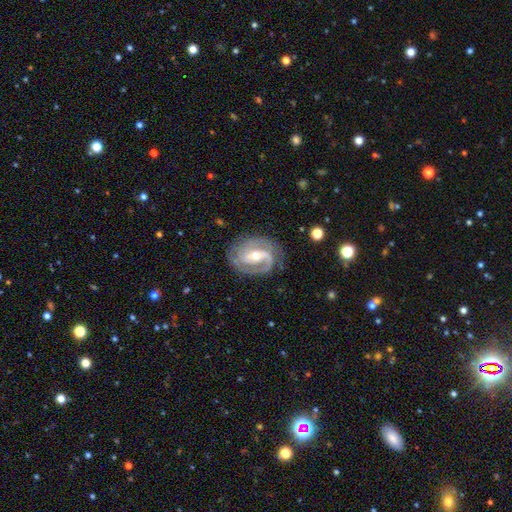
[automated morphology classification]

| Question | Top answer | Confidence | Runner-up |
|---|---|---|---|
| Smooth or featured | featured or disk | 90% | smooth (6%) |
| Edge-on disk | no | 97% | yes (3%) |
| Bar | weak | 40% | strong (37%) |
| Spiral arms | yes | 97% | no (3%) |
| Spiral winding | tight | 48% | medium (42%) |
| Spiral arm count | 2 | 70% | 3 (13%) |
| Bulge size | moderate | 57% | small (40%) |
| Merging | none | 77% | minor disturbance (15%) |